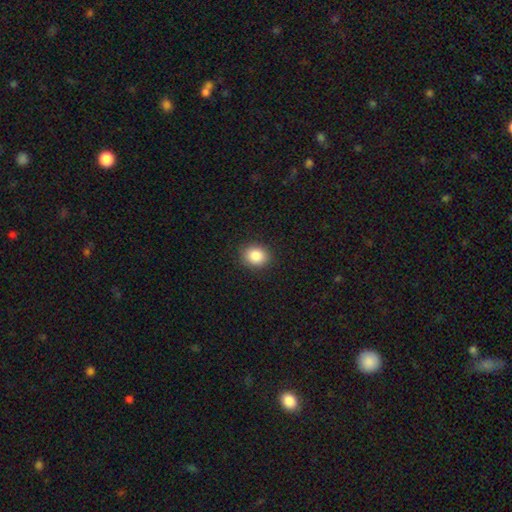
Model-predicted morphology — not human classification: Q: Smooth or featured?
A: smooth (87%); runner-up: star or artifact (9%)
Q: How rounded?
A: round (63%); runner-up: in between (36%)
Q: Merging?
A: none (89%); runner-up: minor disturbance (8%)